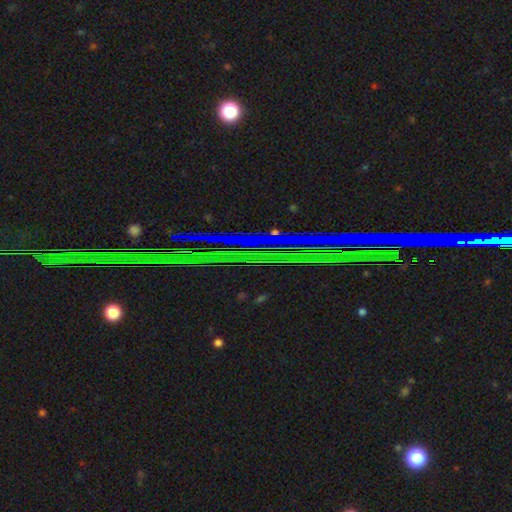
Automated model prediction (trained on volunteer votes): The model was most divided on "smooth or featured": star or artifact: 81%, featured or disk: 12%, smooth: 7%.